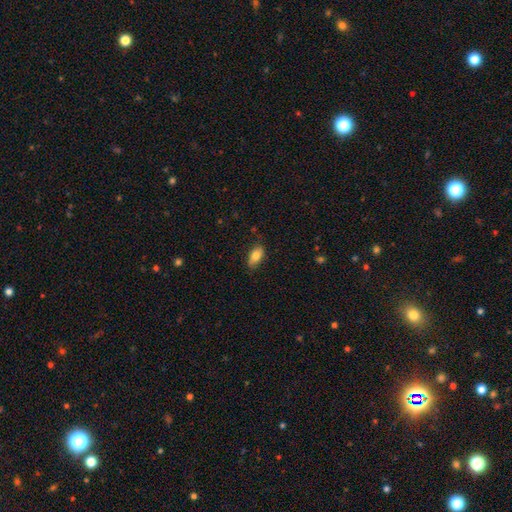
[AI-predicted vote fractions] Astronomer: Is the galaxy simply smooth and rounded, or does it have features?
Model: smooth — 82%.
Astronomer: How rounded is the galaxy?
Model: in between — 90%.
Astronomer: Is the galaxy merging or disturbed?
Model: none — 81%.